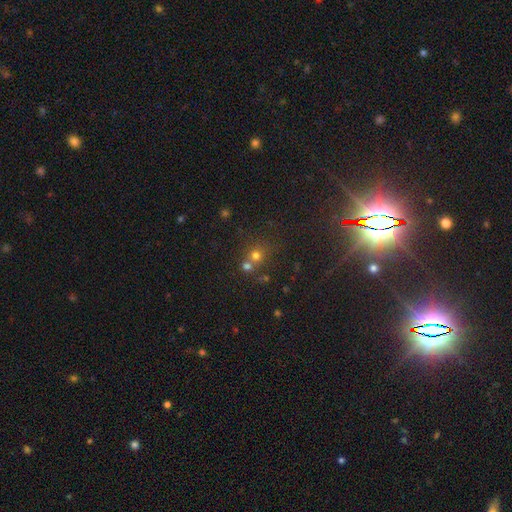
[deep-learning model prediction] Smooth or featured?
  - smooth: 66% *
  - star or artifact: 23%
  - featured or disk: 11%
How rounded?
  - round: 87% *
  - in between: 12%
  - cigar-shaped: 1%
Merging?
  - none: 51% *
  - merger: 39%
  - minor disturbance: 7%
  - major disturbance: 3%